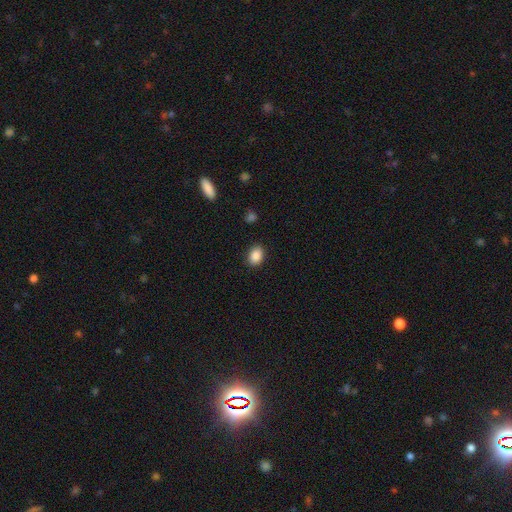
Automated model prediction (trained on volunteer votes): smooth-or-featured: smooth: 88% | star or artifact: 8% | featured or disk: 3%
  how-rounded: in between: 75% | round: 24% | cigar-shaped: 1%
  merging: none: 88% | minor disturbance: 9% | major disturbance: 2% | merger: 1%